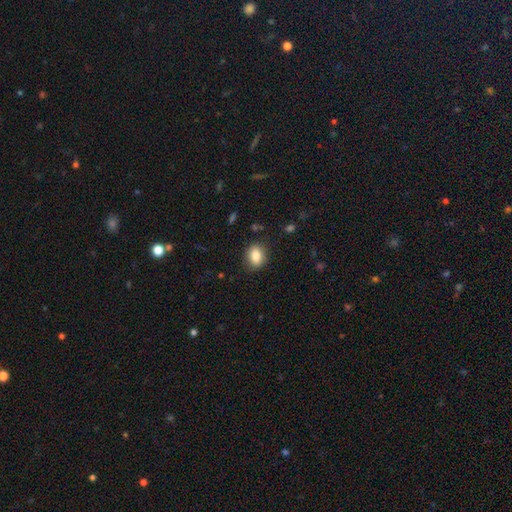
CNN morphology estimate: Smooth or featured?
  - smooth: 83% *
  - star or artifact: 8%
  - featured or disk: 8%
How rounded?
  - in between: 67% *
  - round: 31%
  - cigar-shaped: 2%
Merging?
  - none: 85% *
  - minor disturbance: 11%
  - major disturbance: 3%
  - merger: 1%